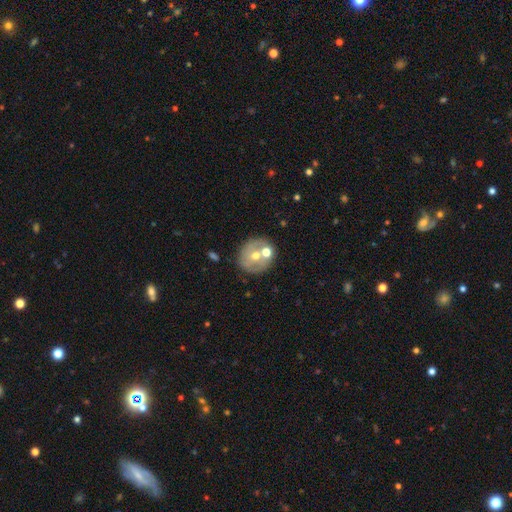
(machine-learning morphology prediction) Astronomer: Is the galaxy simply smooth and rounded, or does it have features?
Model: smooth — 47% (runner-up: featured or disk, 43%).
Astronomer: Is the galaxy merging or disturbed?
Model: none — 60%.